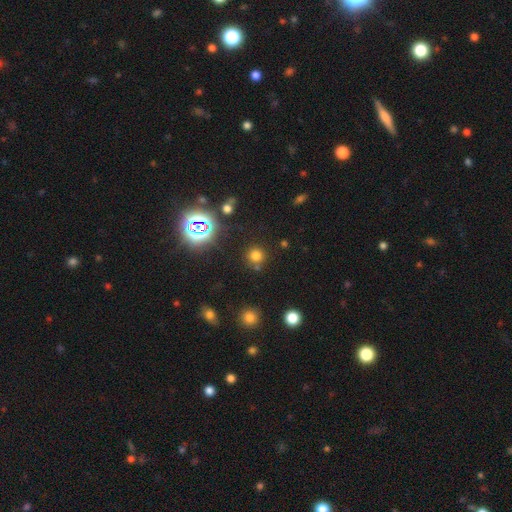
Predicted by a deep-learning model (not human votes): This is likely a smooth galaxy (68%). How rounded: clearly round (92%). Merging: likely none (80%).